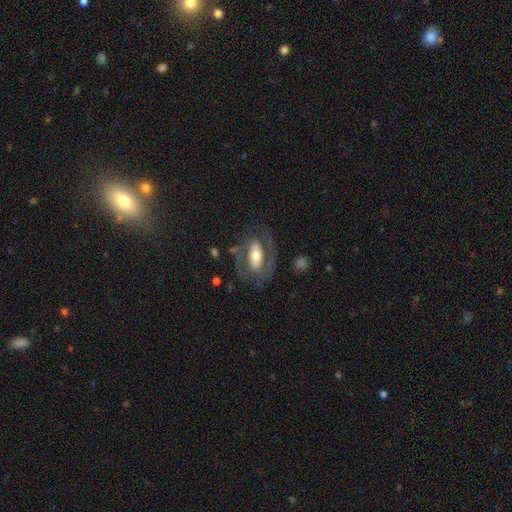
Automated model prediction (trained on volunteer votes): Smooth or featured: featured or disk — 71% (smooth — 23%)
Edge-on disk: no — 91% (yes — 9%)
Bar: strong — 44% (no — 29%)
Spiral arms: yes — 71% (no — 29%)
Bulge size: moderate — 60% (small — 20%)
Merging: none — 65% (minor disturbance — 16%)